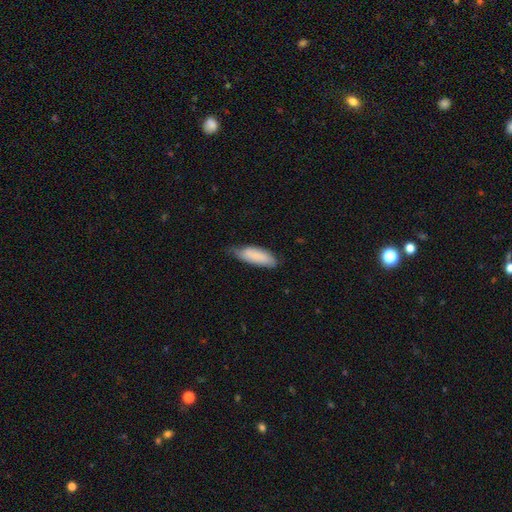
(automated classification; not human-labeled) Smooth or featured: smooth — 81% (featured or disk — 13%)
How rounded: in between — 64% (cigar-shaped — 34%)
Merging: none — 54% (minor disturbance — 38%)